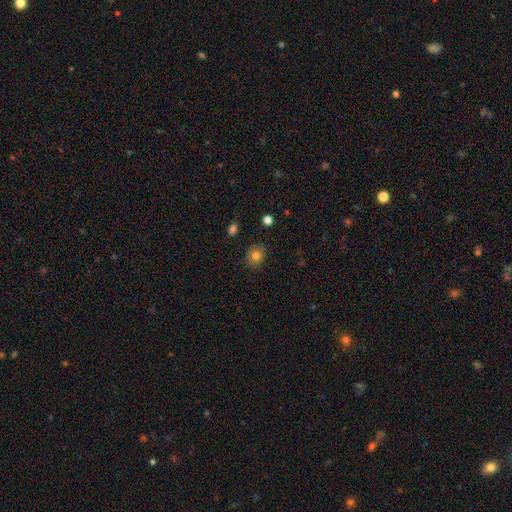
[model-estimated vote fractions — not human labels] smooth_or_featured: smooth (p=0.81) [alt: star or artifact p=0.12]
how_rounded: round (p=0.67) [alt: in between p=0.32]
merging: none (p=0.86) [alt: minor disturbance p=0.10]